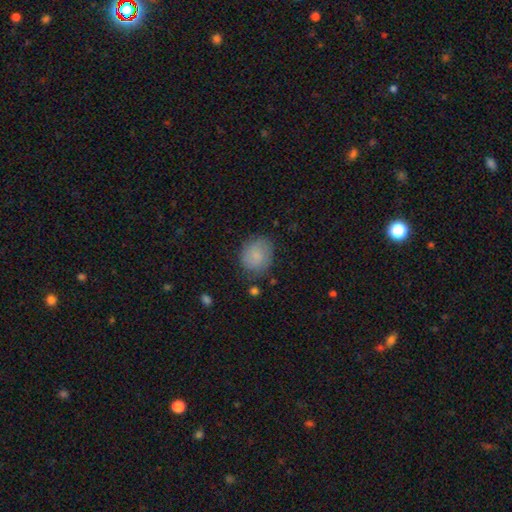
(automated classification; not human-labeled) Morphology: type=smooth (83%); roundness=round (65%); merging=none (76%).